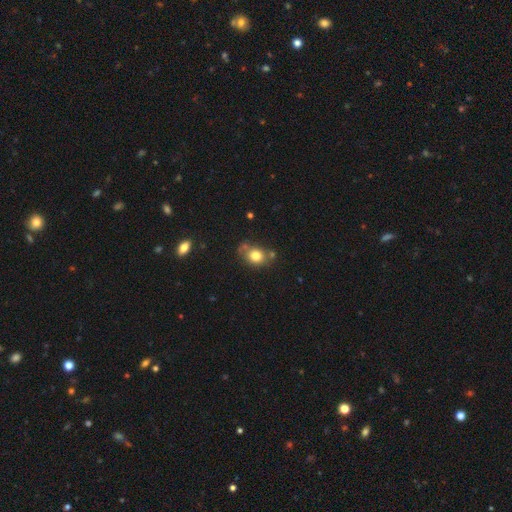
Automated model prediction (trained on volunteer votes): A smooth galaxy with no disk features (78%) that is round (58%).

Vote fractions:
- Smooth or featured? smooth: 78% / featured or disk: 11% / star or artifact: 11%
- How rounded? round: 58% / in between: 41% / cigar-shaped: 1%
- Merging? none: 61% / minor disturbance: 19% / merger: 13% / major disturbance: 6%